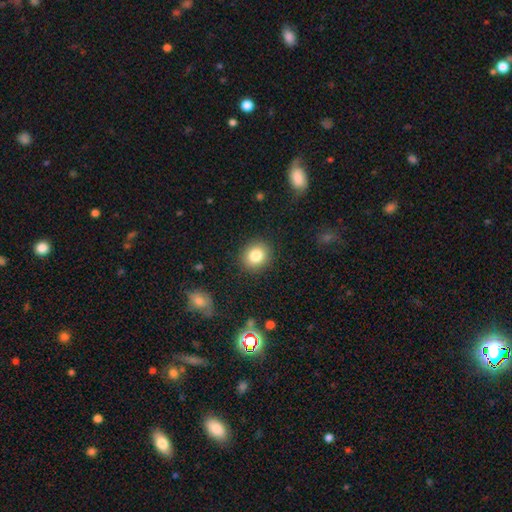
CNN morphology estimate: Overall: smooth (82%). How rounded: round (76%). Merging: none (89%).